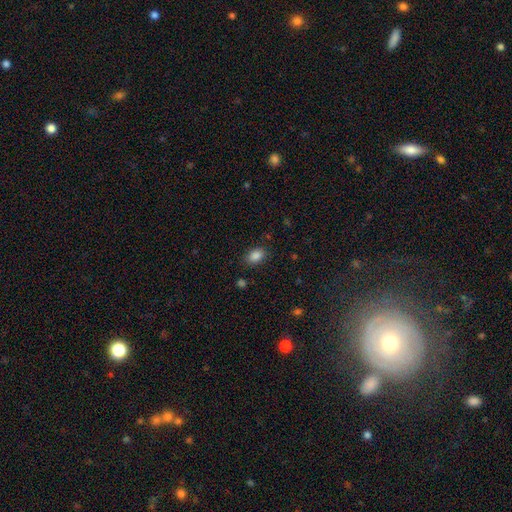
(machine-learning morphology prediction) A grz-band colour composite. It shows a smooth galaxy with no disk features (87%) that is in between round and cigar-shaped (83%). Merging: none (85%).